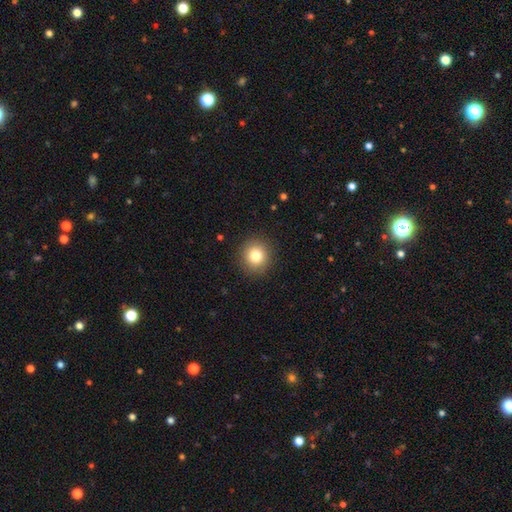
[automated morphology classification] A smooth galaxy with no disk features (81%) that is round (91%).

Vote fractions:
- Smooth or featured? smooth: 81% / star or artifact: 11% / featured or disk: 8%
- How rounded? round: 91% / in between: 8% / cigar-shaped: 1%
- Merging? none: 91% / minor disturbance: 6% / major disturbance: 2% / merger: 1%